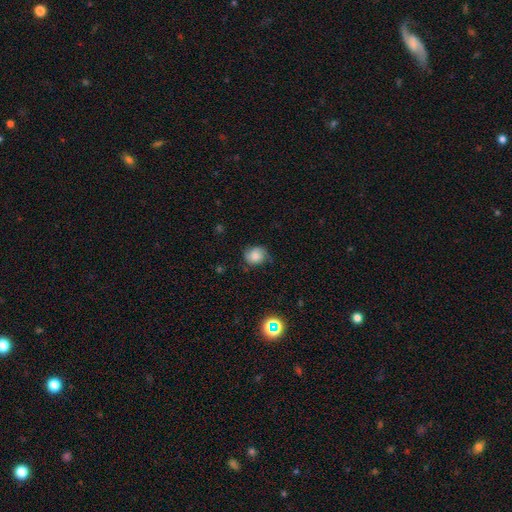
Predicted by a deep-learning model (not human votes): smooth-or-featured: smooth: 75% | featured or disk: 14% | star or artifact: 11%
  how-rounded: round: 66% | in between: 33% | cigar-shaped: 1%
  merging: none: 64% | minor disturbance: 28% | major disturbance: 7% | merger: 1%